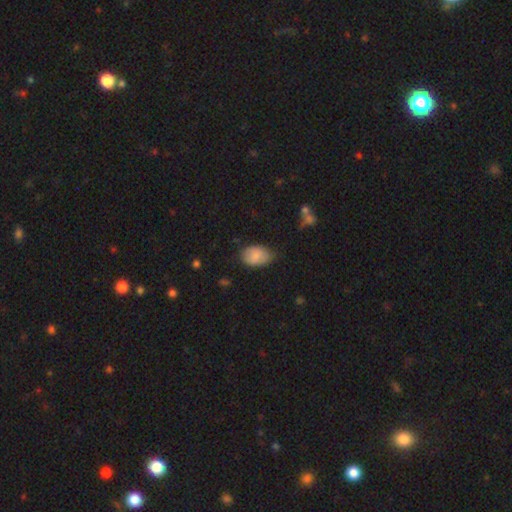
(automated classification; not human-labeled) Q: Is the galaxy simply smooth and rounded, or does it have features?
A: smooth — 81%.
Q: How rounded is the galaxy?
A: in between — 85%.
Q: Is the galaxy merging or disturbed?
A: none — 63%.